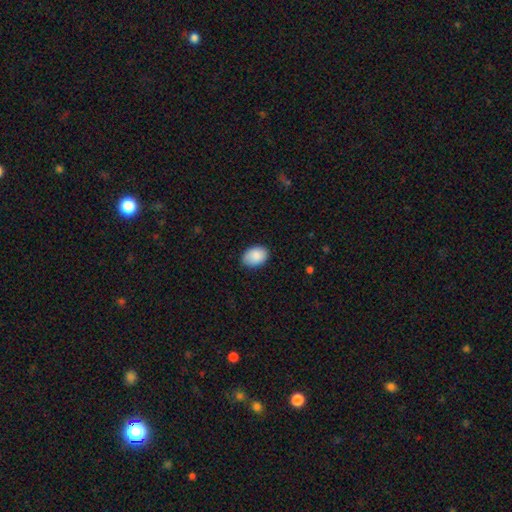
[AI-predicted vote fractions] A smooth galaxy with no disk features (89%) that is in between round and cigar-shaped (83%).

Vote fractions:
- Smooth or featured? smooth: 89% / star or artifact: 7% / featured or disk: 4%
- How rounded? in between: 83% / round: 16% / cigar-shaped: 1%
- Merging? none: 86% / minor disturbance: 11% / major disturbance: 2% / merger: 1%